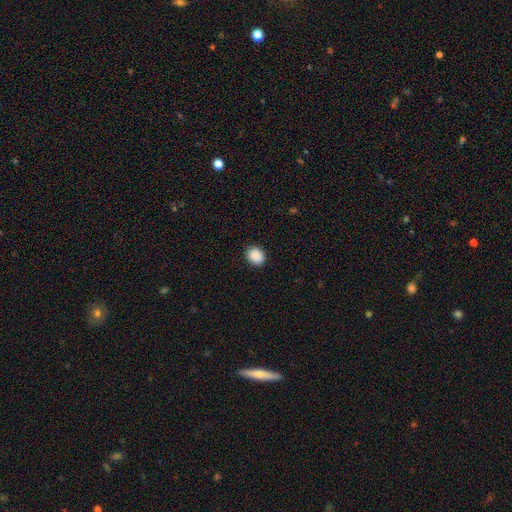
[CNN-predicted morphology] This is clearly a smooth galaxy (90%). How rounded: possibly round (57%). Merging: clearly none (89%).